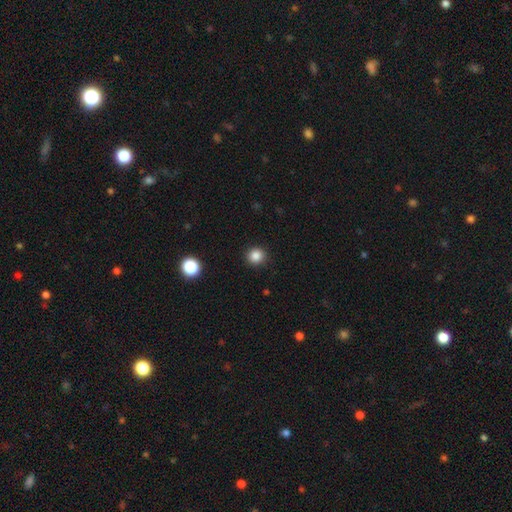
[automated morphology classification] smooth-or-featured: smooth: 85% | star or artifact: 12% | featured or disk: 3%
  how-rounded: round: 91% | in between: 8% | cigar-shaped: 1%
  merging: none: 92% | minor disturbance: 5% | major disturbance: 2% | merger: 1%